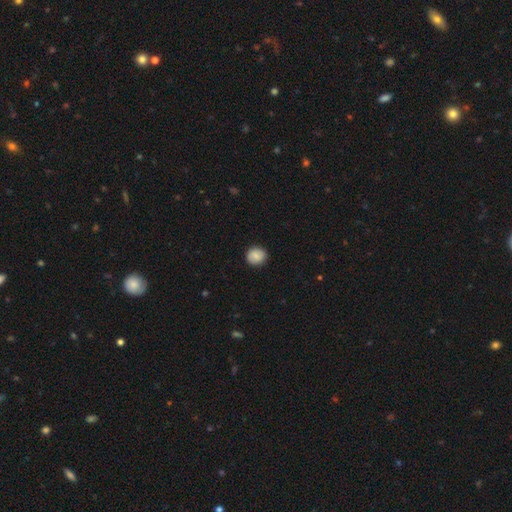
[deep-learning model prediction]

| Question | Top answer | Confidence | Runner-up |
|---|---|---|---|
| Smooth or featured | smooth | 82% | featured or disk (11%) |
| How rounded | round | 85% | in between (14%) |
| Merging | none | 88% | minor disturbance (9%) |